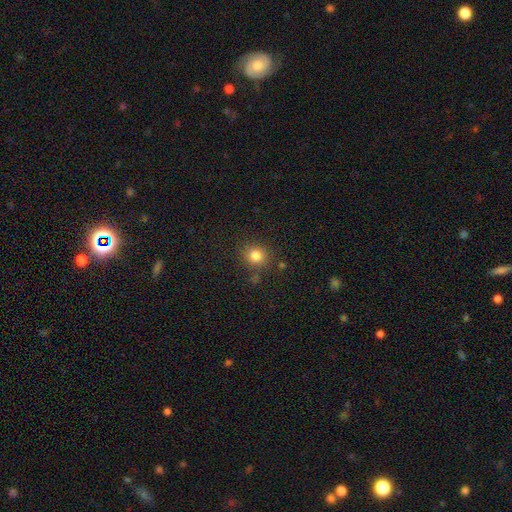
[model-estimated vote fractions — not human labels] Smooth or featured? Predicted: smooth (p=0.82). How rounded? Predicted: round (p=0.85). Merging? Predicted: none (p=0.83).